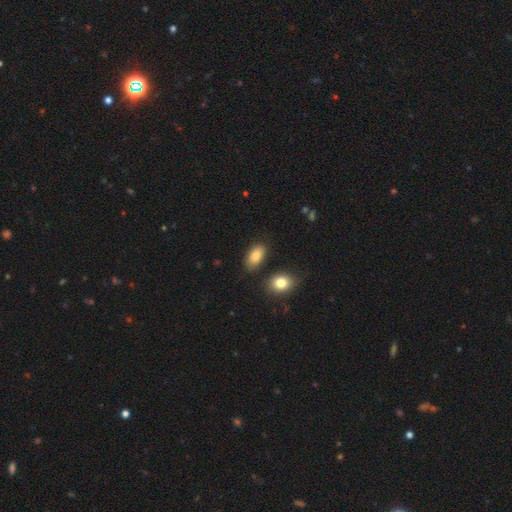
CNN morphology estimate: smooth 83%, featured or disk 9%, star or artifact 8%. Down the decision tree: how rounded — in between (92%); merging — none (80%).